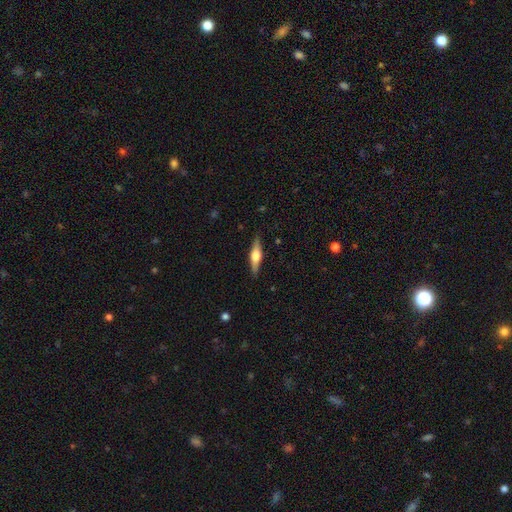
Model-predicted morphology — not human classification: Smooth or featured?
  - featured or disk: 62% *
  - smooth: 32%
  - star or artifact: 6%
Edge-on disk?
  - yes: 96% *
  - no: 4%
Edge-on bulge?
  - rounded: 89% *
  - boxy: 9%
  - none: 2%
Merging?
  - none: 88% *
  - minor disturbance: 9%
  - major disturbance: 2%
  - merger: 1%